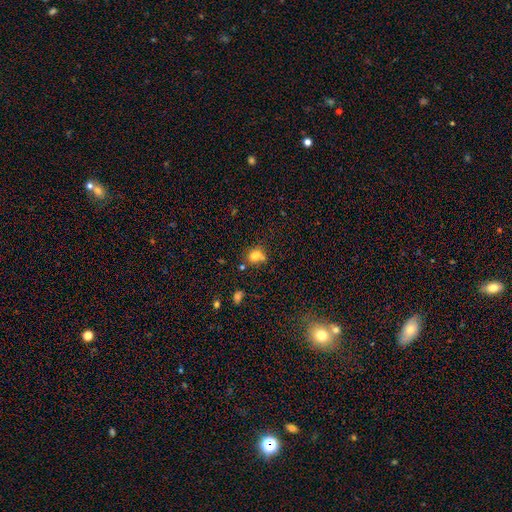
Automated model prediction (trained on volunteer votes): A smooth galaxy with no disk features (71%) that is round (57%). Merging: none (50%).